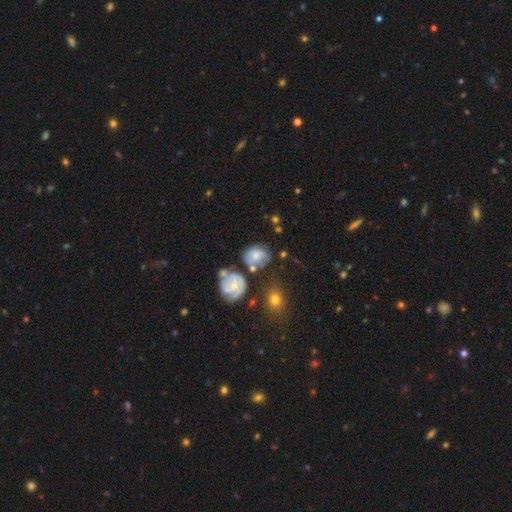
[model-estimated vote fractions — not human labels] smooth-or-featured: smooth: 46% | featured or disk: 45% | star or artifact: 9%
  merging: none: 47% | minor disturbance: 23% | merger: 17% | major disturbance: 13%